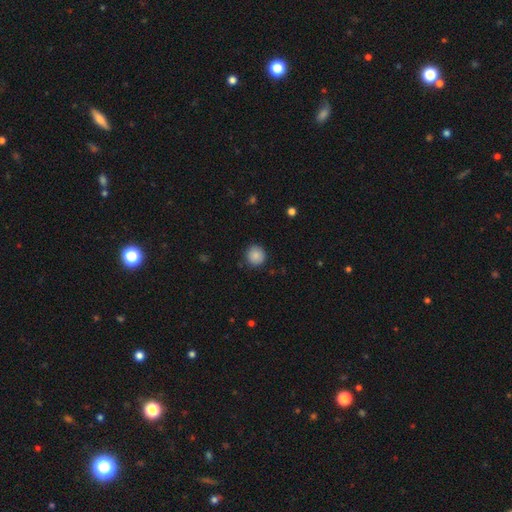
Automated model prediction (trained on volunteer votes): This appears to be a smooth galaxy with no disk features (87%) that is round (93%). Merging: none (88%).